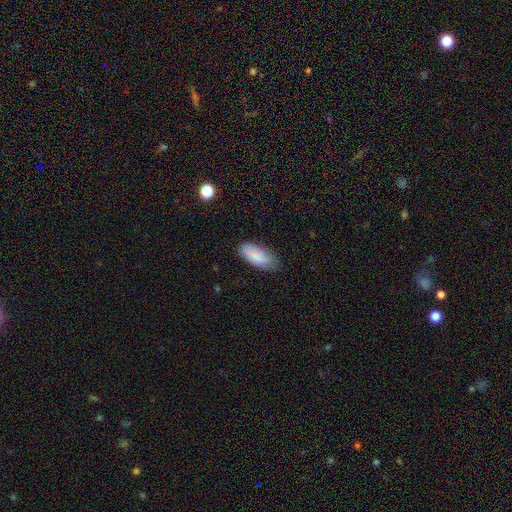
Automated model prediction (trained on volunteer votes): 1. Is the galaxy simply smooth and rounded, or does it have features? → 77% smooth, 16% featured or disk, 7% star or artifact.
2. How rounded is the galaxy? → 87% in between, 12% cigar-shaped, 2% round.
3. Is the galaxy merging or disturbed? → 73% none, 21% minor disturbance, 5% major disturbance, 1% merger.